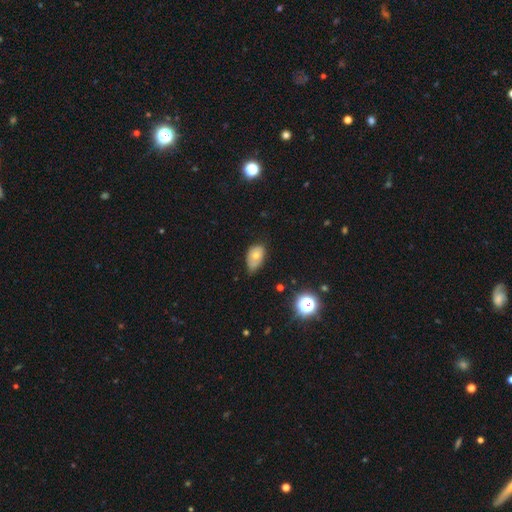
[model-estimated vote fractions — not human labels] Morphology: type=smooth (67%); roundness=in between (87%); merging=minor disturbance (44%, tied with none).